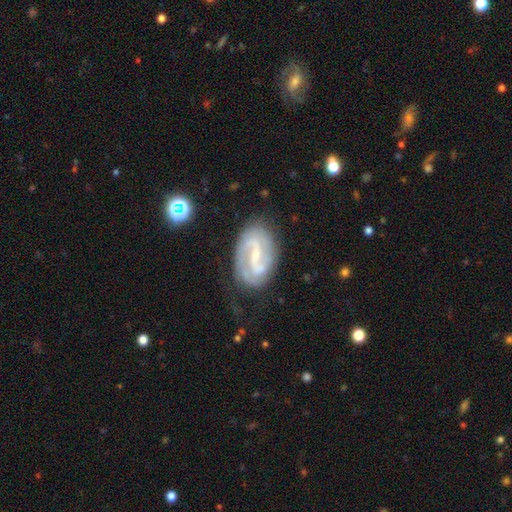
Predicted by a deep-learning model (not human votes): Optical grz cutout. It shows a featured or disk galaxy (87%) with a weak bar (46%), 2 (89%) medium (49%) spiral arms (96%) and a small central bulge (70%). Merging: none (76%).